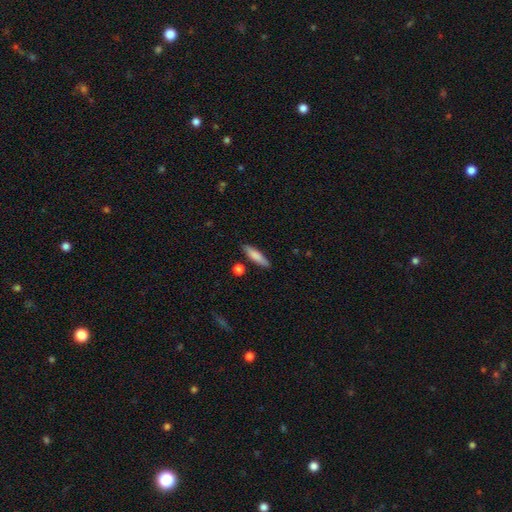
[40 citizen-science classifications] A smooth galaxy with no disk features (72%) that is cigar-shaped (90%).

Vote fractions:
- Smooth or featured? smooth: 72% / featured or disk: 22% / star or artifact: 5%
- How rounded? cigar-shaped: 90% / in between: 10% / round: 0%
- Merging? none: 95% / minor disturbance: 5% / major disturbance: 0% / merger: 0%